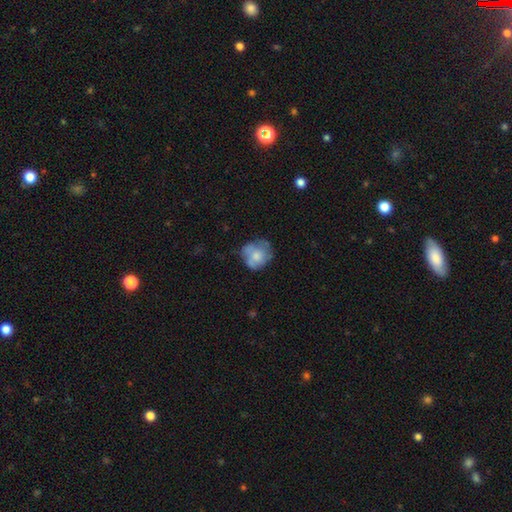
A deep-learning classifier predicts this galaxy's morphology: type=smooth (62%); roundness=round (79%); merging=none (56%).